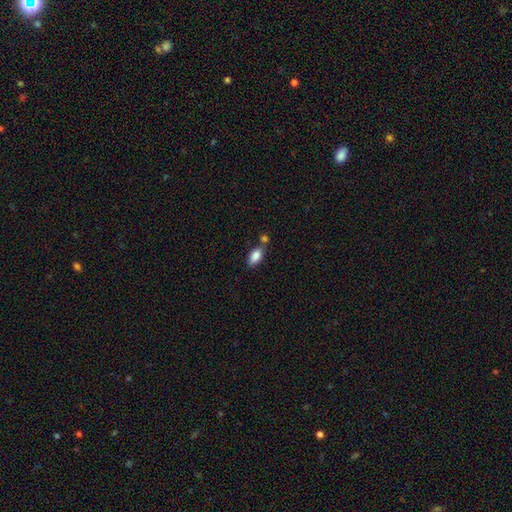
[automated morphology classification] Smooth or featured? smooth (85%)
How rounded? in between (89%)
Merging? none (59%)